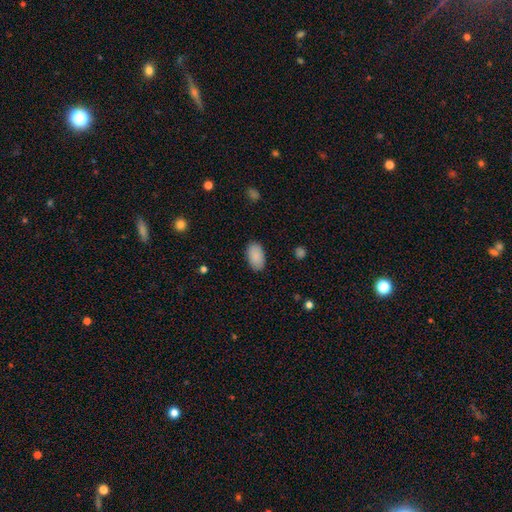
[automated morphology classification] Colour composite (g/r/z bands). It shows a smooth galaxy with no disk features (89%) that is in between round and cigar-shaped (94%). Merging: none (86%).